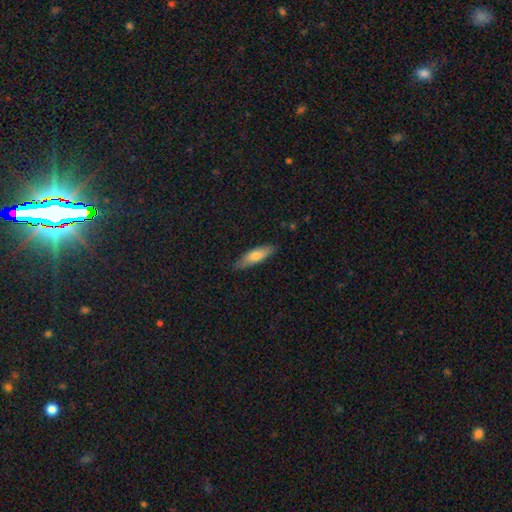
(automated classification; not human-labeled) smooth-or-featured: smooth: 69% | featured or disk: 25% | star or artifact: 6%
  how-rounded: cigar-shaped: 55% | in between: 43% | round: 2%
  merging: none: 85% | minor disturbance: 12% | major disturbance: 2% | merger: 1%